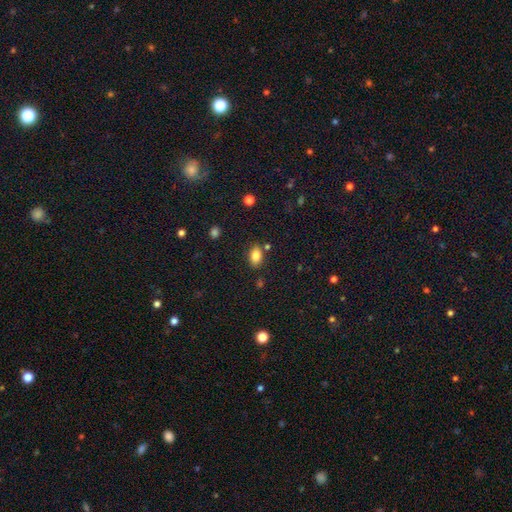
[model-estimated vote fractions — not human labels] Overall: smooth (83%). How rounded: in between (87%). Merging: none (80%).